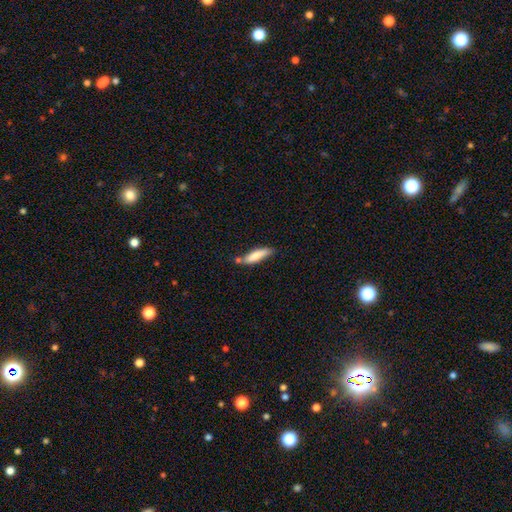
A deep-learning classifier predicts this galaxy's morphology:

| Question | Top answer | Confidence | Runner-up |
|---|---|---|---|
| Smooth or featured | smooth | 78% | featured or disk (16%) |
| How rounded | cigar-shaped | 70% | in between (28%) |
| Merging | none | 61% | minor disturbance (22%) |